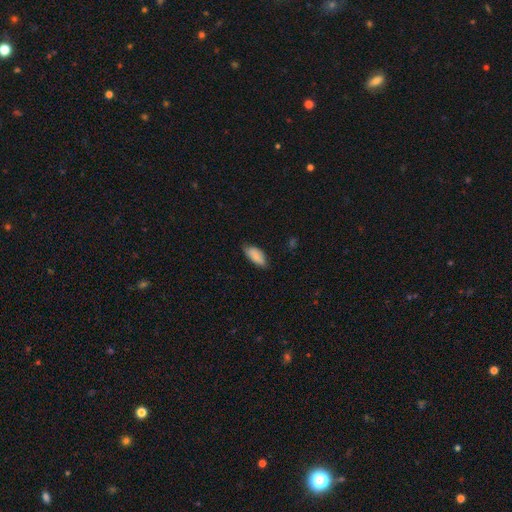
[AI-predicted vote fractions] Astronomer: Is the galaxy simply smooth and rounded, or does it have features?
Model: smooth — 84%.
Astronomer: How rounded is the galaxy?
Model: in between — 88%.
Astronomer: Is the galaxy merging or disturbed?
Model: none — 70%.